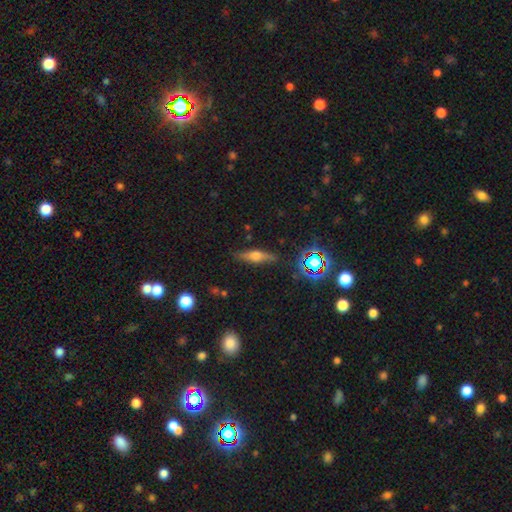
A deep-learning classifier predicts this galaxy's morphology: Q: Smooth or featured?
A: featured or disk (54%); runner-up: smooth (33%)
Q: Edge-on disk?
A: yes (92%); runner-up: no (8%)
Q: Merging?
A: none (84%); runner-up: minor disturbance (11%)